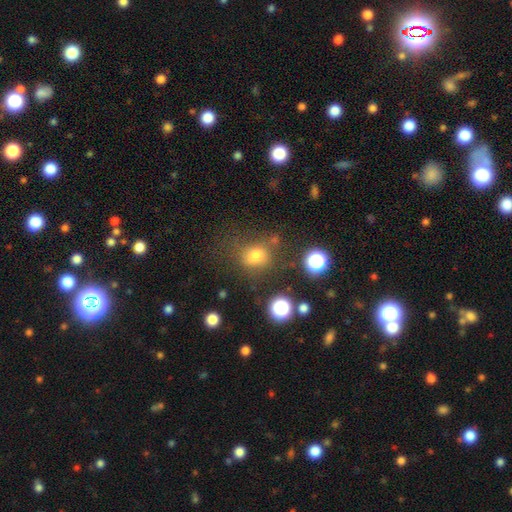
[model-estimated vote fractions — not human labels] Smooth or featured? Predicted: smooth (p=0.71). How rounded? Predicted: round (p=0.71). Merging? Predicted: none (p=0.69).